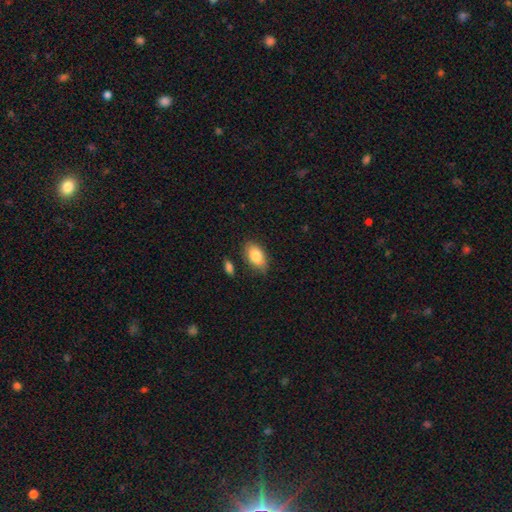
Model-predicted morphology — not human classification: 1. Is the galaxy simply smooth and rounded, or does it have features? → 82% smooth, 11% featured or disk, 7% star or artifact.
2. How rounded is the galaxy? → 92% in between, 6% round, 2% cigar-shaped.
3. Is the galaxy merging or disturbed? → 74% none, 19% minor disturbance, 4% major disturbance, 4% merger.